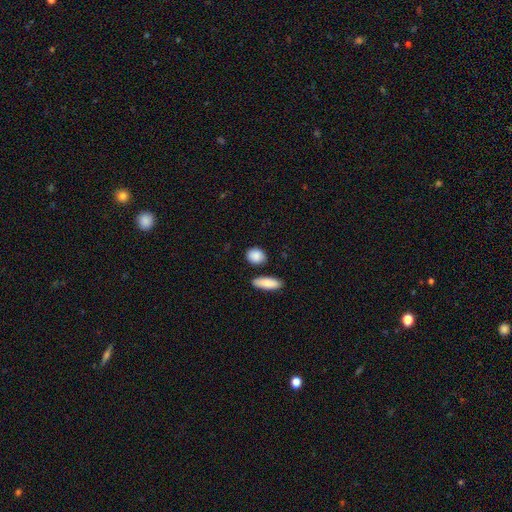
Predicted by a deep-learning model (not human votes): Smooth or featured? Predicted: smooth (p=0.88). How rounded? Predicted: round (p=0.51). Merging? Predicted: none (p=0.80).